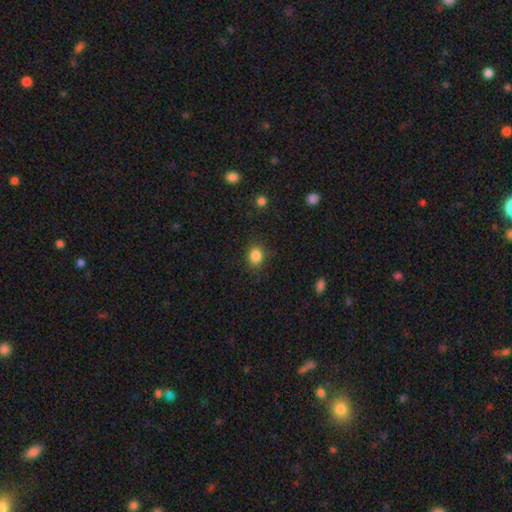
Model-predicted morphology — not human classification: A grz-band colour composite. It shows a smooth galaxy with no disk features (85%) that is round (64%). Merging: none (84%).